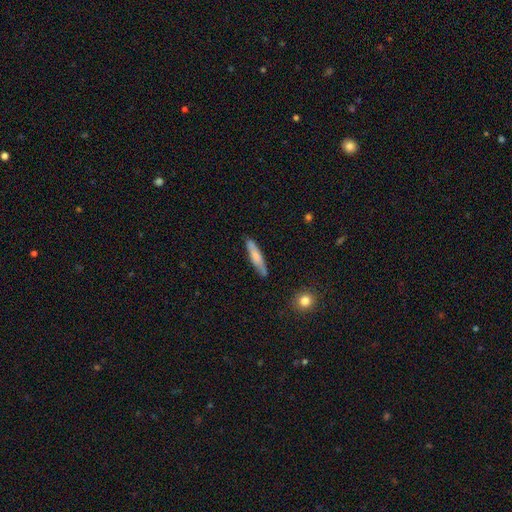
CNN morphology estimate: A smooth galaxy with no disk features (66%) that is cigar-shaped (85%). Merging: none (82%).